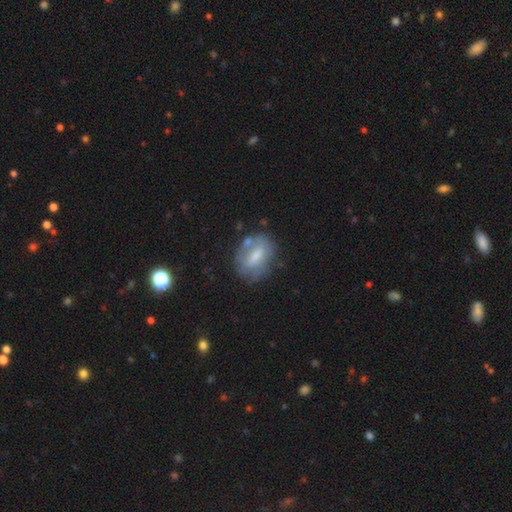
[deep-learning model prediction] smooth-or-featured: smooth: 53% | featured or disk: 39% | star or artifact: 9%
  how-rounded: in between: 74% | round: 22% | cigar-shaped: 3%
  merging: none: 59% | minor disturbance: 24% | major disturbance: 10% | merger: 7%